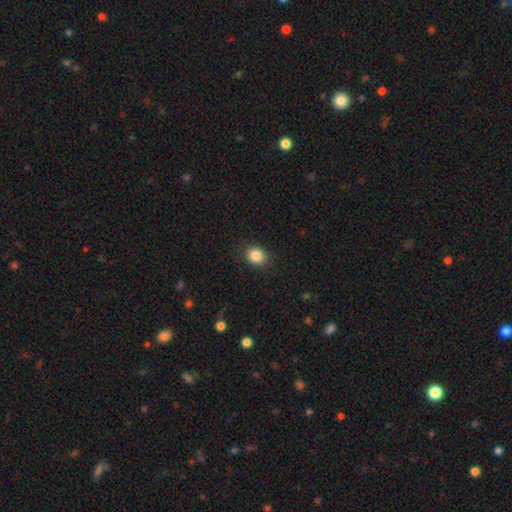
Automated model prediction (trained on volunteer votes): Q: Smooth or featured?
A: smooth (86%); runner-up: star or artifact (9%)
Q: How rounded?
A: round (63%); runner-up: in between (36%)
Q: Merging?
A: none (86%); runner-up: minor disturbance (10%)